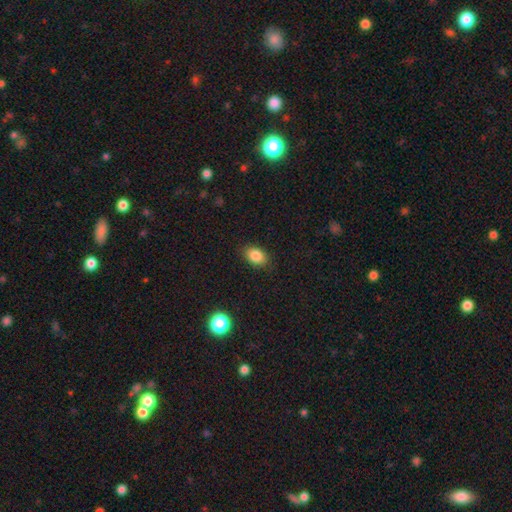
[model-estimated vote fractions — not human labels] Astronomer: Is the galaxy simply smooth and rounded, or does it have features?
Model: smooth — 85%.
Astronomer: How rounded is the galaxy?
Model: in between — 83%.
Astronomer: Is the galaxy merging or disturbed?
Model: none — 85%.